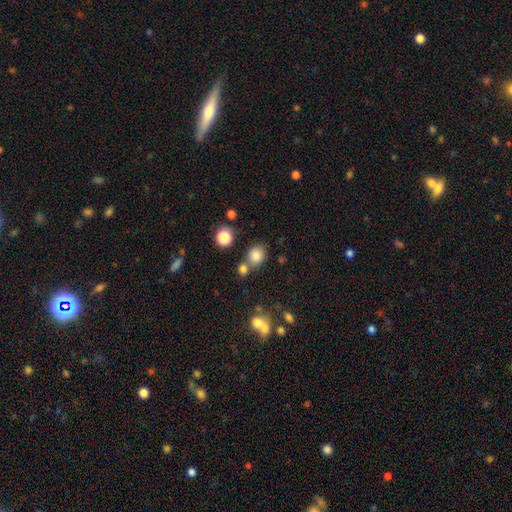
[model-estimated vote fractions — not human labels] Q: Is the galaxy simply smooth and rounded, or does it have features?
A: smooth — 81%.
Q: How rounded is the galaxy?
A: round — 66%.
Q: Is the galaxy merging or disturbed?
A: none — 65%.